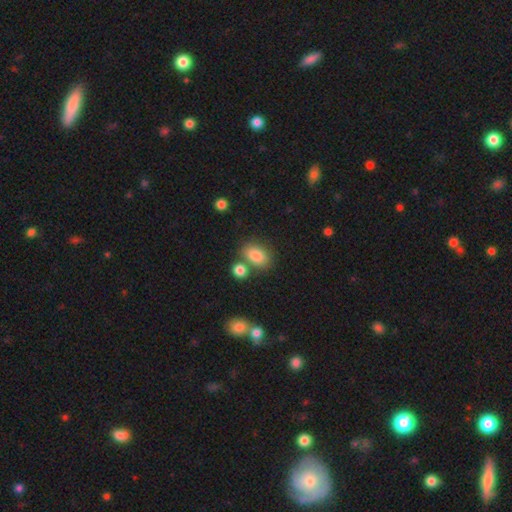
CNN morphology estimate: Smooth or featured: smooth — 85% (star or artifact — 9%)
How rounded: in between — 82% (round — 16%)
Merging: none — 62% (merger — 20%)